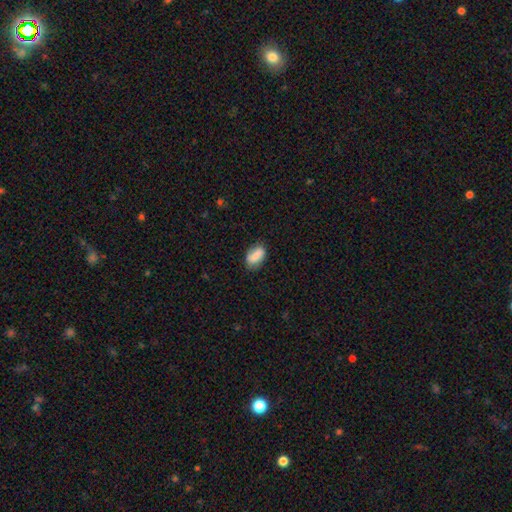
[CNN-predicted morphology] This appears to be a smooth galaxy with no disk features (77%) that is in between round and cigar-shaped (88%). Merging: none (76%).